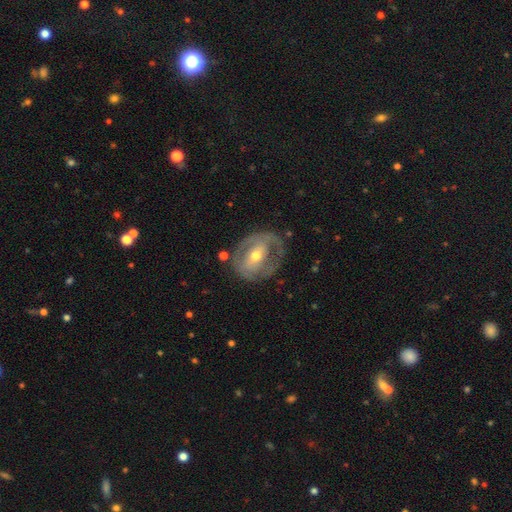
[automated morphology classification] Smooth or featured: featured or disk — 74% (smooth — 20%)
Edge-on disk: no — 94% (yes — 6%)
Bar: weak — 36% (strong — 32%)
Spiral arms: yes — 56% (no — 44%)
Bulge size: moderate — 61% (small — 34%)
Merging: none — 63% (minor disturbance — 20%)